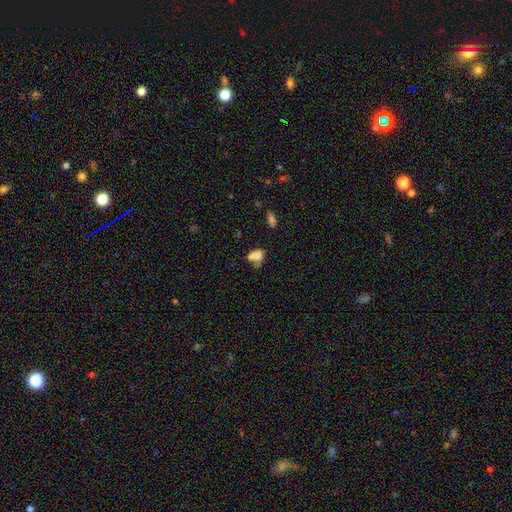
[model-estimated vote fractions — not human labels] Smooth or featured? Predicted: smooth (p=0.72). How rounded? Predicted: in between (p=0.74). Merging? Predicted: merger (p=0.50).